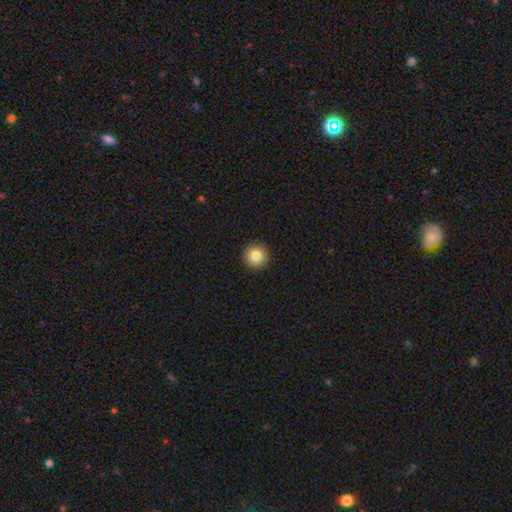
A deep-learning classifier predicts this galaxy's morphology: This is clearly a smooth galaxy (83%). How rounded: clearly round (96%). Merging: clearly none (93%).